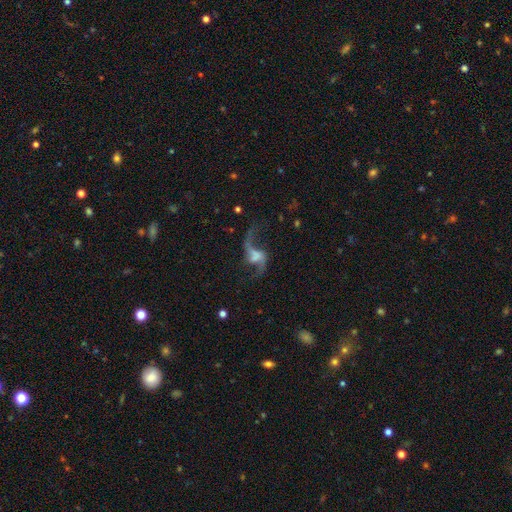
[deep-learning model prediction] smooth_or_featured: featured or disk (p=0.85) [alt: smooth p=0.08]
disk_edge_on: no (p=0.97) [alt: yes p=0.03]
bar: weak (p=0.43) [alt: no p=0.35]
has_spiral_arms: yes (p=0.95) [alt: no p=0.05]
spiral_winding: loose (p=0.89) [alt: medium p=0.09]
spiral_arm_count: 2 (p=0.93) [alt: 1 p=0.03]
bulge_size: none (p=0.43) [alt: small p=0.21]
merging: none (p=0.64) [alt: major disturbance p=0.17]